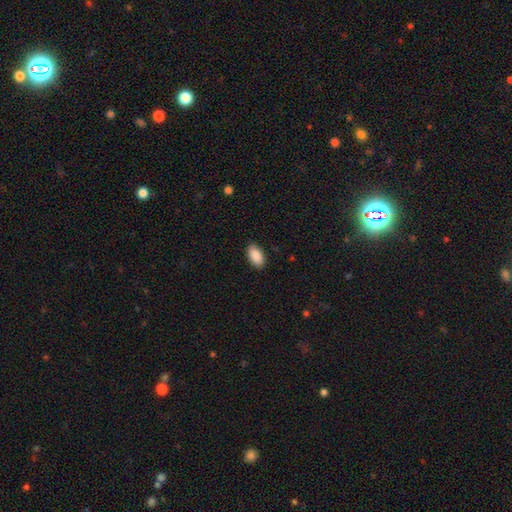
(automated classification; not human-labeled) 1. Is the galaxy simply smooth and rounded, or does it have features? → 91% smooth, 6% star or artifact, 3% featured or disk.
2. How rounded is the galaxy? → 95% in between, 4% round, 2% cigar-shaped.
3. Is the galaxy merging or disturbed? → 87% none, 10% minor disturbance, 2% major disturbance, 1% merger.